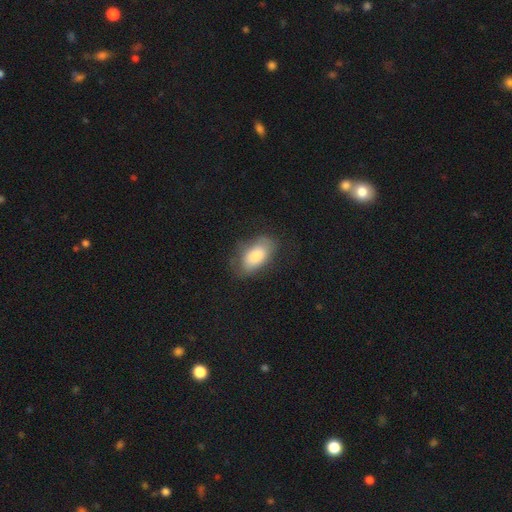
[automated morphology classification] A smooth galaxy with no disk features (77%) that is in between round and cigar-shaped (92%).

Vote fractions:
- Smooth or featured? smooth: 77% / featured or disk: 16% / star or artifact: 7%
- How rounded? in between: 92% / round: 5% / cigar-shaped: 3%
- Merging? none: 67% / minor disturbance: 23% / major disturbance: 9% / merger: 1%